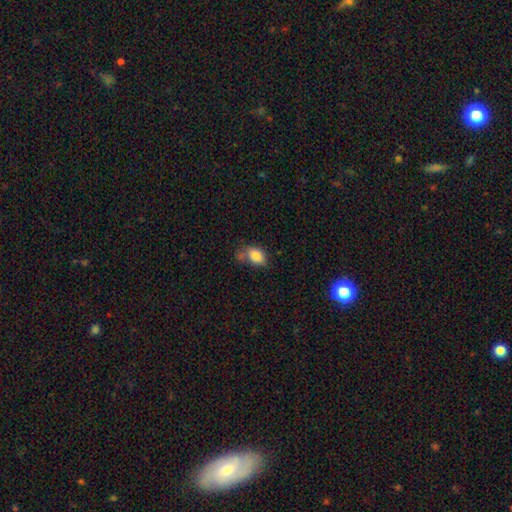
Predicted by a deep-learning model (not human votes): smooth-or-featured: smooth: 82% | featured or disk: 9% | star or artifact: 9%
  how-rounded: in between: 83% | round: 15% | cigar-shaped: 2%
  merging: none: 41% | minor disturbance: 29% | merger: 18% | major disturbance: 13%